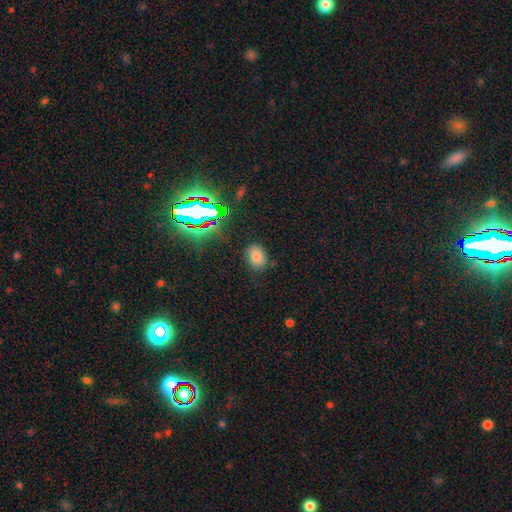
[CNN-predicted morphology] A smooth galaxy with no disk features (73%) that is in between round and cigar-shaped (73%). Merging: none (82%).